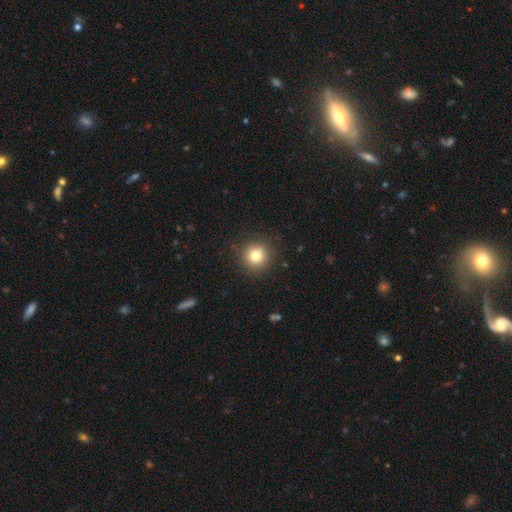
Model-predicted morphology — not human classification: Smooth or featured: smooth — 78% (star or artifact — 12%)
How rounded: round — 95% (in between — 4%)
Merging: none — 89% (minor disturbance — 7%)